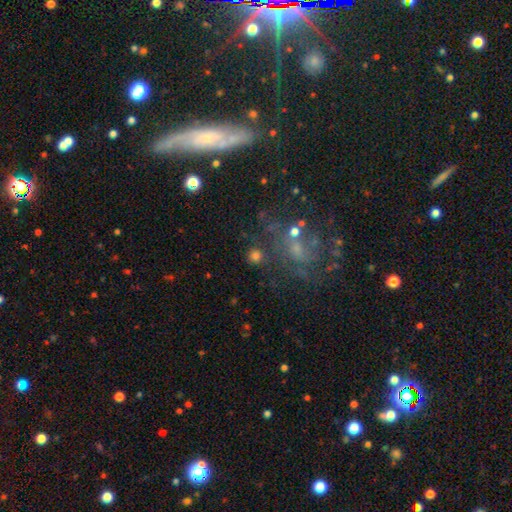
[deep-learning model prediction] A smooth galaxy with no disk features (76%) that is round (91%). Merging: none (79%).